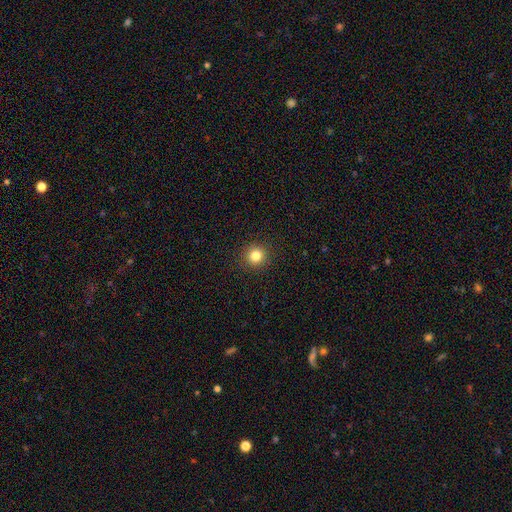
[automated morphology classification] The model was most divided on "smooth or featured": smooth: 83%, star or artifact: 12%, featured or disk: 5%. More confident: how rounded — round (93%); merging — none (92%).